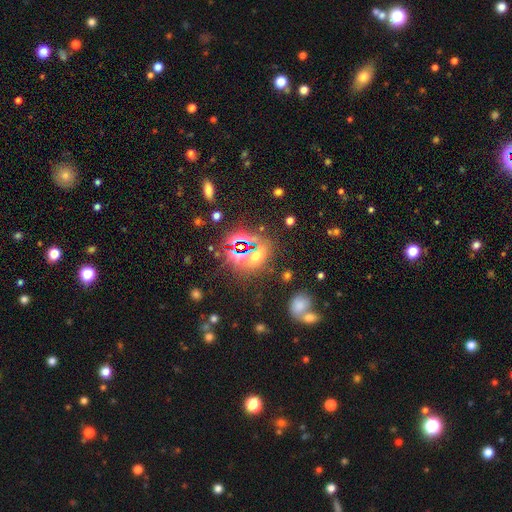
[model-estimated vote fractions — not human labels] Q: Smooth or featured?
A: star or artifact (50%); runner-up: smooth (40%)